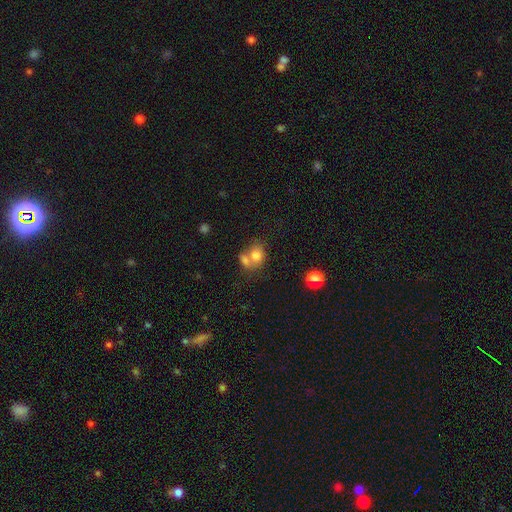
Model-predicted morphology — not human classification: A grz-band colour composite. It shows a smooth galaxy with no disk features (76%) that is in between round and cigar-shaped (54%). Merging: merger (55%).